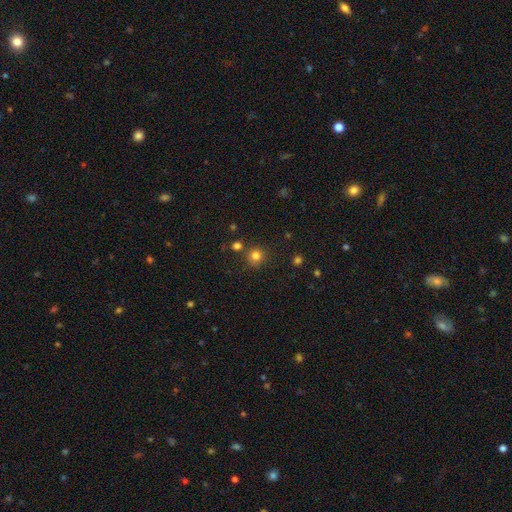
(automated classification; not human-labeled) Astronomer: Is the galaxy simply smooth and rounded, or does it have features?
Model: smooth — 80%.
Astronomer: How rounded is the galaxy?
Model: round — 93%.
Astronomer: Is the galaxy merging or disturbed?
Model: none — 82%.